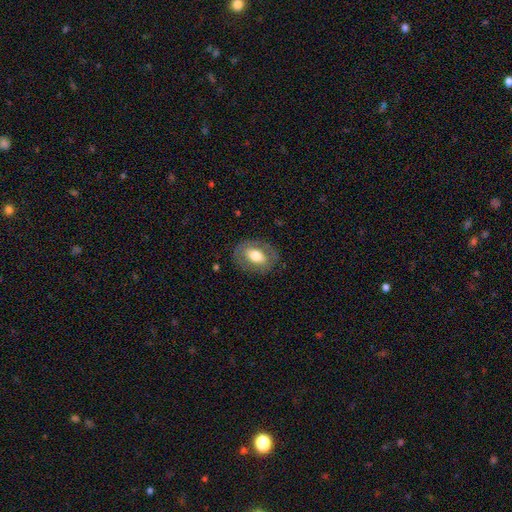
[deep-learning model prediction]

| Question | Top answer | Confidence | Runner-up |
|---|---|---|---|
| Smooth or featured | smooth | 53% | featured or disk (40%) |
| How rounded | in between | 78% | round (20%) |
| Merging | none | 78% | minor disturbance (14%) |